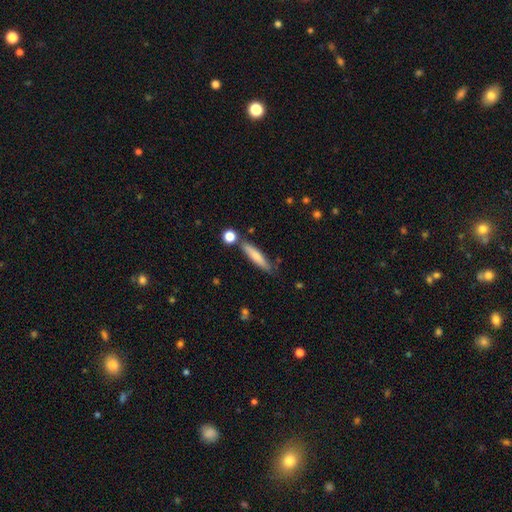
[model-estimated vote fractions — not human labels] The model was most divided on "smooth or featured": smooth: 73%, featured or disk: 21%, star or artifact: 6%. More confident: how rounded — cigar-shaped (85%); merging — none (77%).